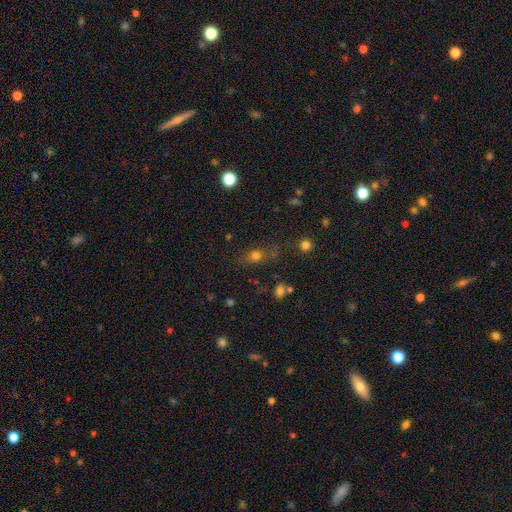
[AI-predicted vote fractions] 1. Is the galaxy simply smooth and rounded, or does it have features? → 70% smooth, 21% star or artifact, 9% featured or disk.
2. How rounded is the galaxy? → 57% round, 39% in between, 4% cigar-shaped.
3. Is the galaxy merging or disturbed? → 68% none, 16% minor disturbance, 8% major disturbance, 8% merger.